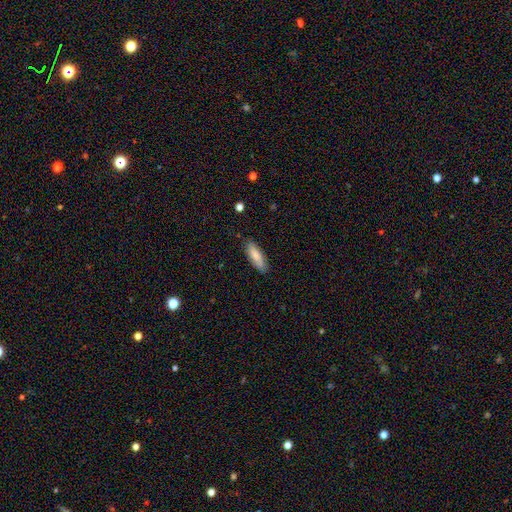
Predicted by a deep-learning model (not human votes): smooth_or_featured: smooth (p=0.81) [alt: featured or disk p=0.13]
how_rounded: in between (p=0.59) [alt: cigar-shaped p=0.40]
merging: none (p=0.82) [alt: minor disturbance p=0.14]